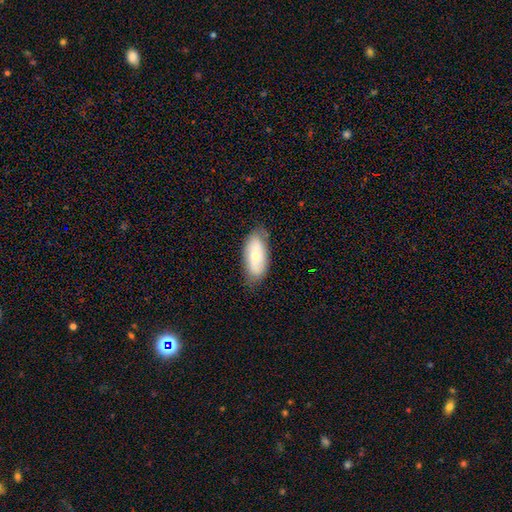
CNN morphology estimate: Smooth or featured: smooth — 65% (featured or disk — 29%)
How rounded: in between — 90% (cigar-shaped — 8%)
Merging: none — 77% (minor disturbance — 18%)